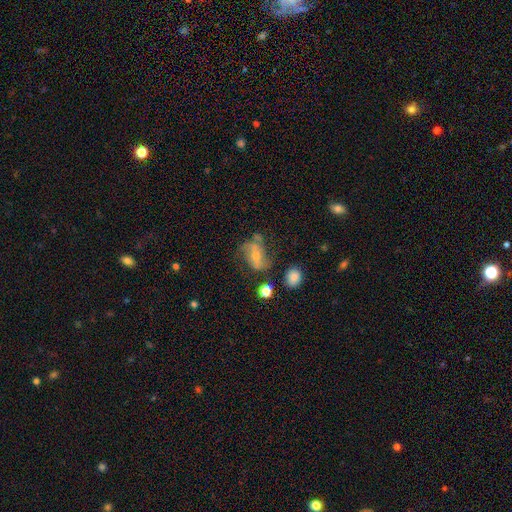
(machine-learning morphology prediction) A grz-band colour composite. It shows a featured or disk galaxy (57%) with a weak bar (39%), spiral arms (77%) and a small central bulge (47%). Merging: none (45%).